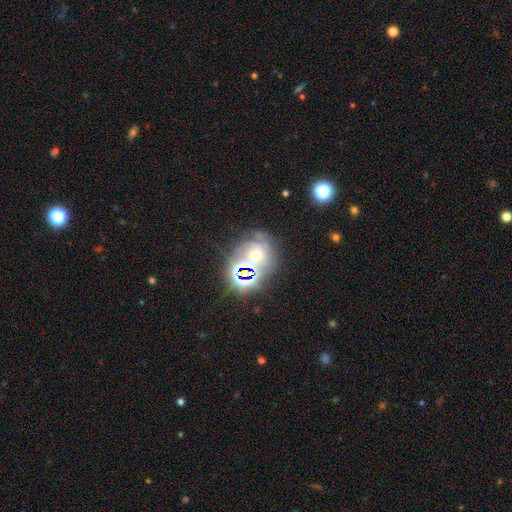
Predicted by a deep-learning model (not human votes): A featured or disk galaxy (43%). Merging: none (58%).